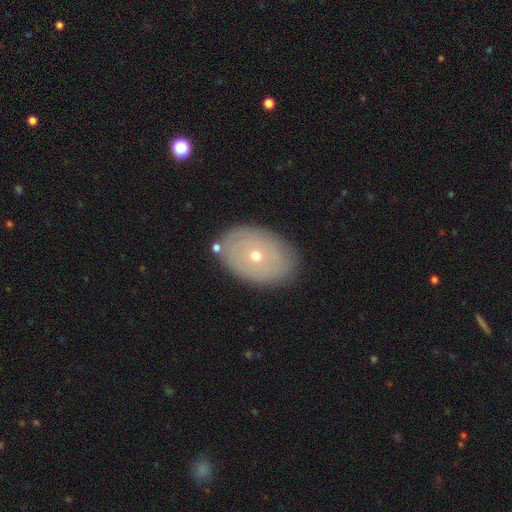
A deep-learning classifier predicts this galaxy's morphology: type=featured or disk (48%); merging=none (83%).